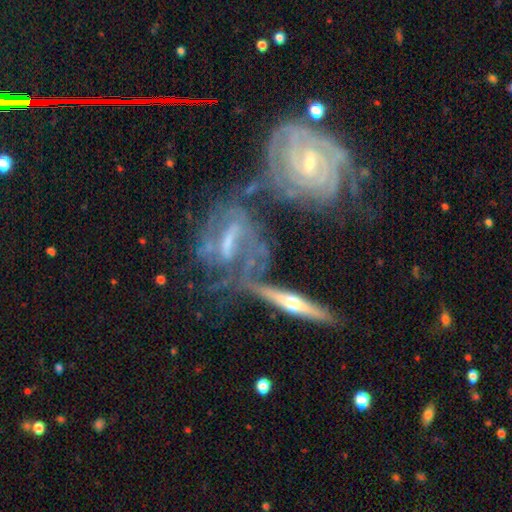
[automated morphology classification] Smooth or featured: featured or disk — 78% (smooth — 12%)
Edge-on disk: no — 73% (yes — 27%)
Bar: strong — 41% (weak — 35%)
Spiral arms: yes — 83% (no — 17%)
Bulge size: small — 45% (moderate — 34%)
Merging: none — 38% (merger — 34%)